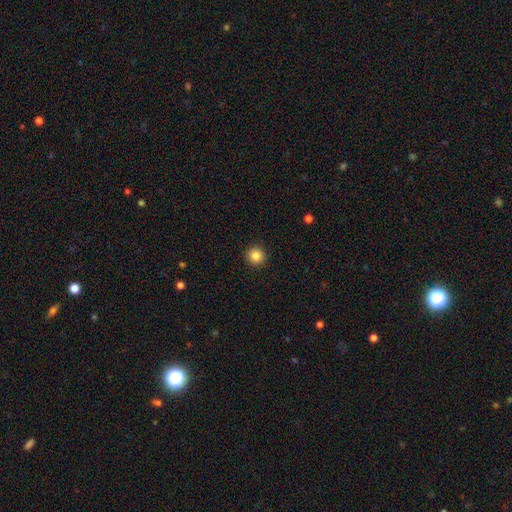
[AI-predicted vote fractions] Overall: smooth (85%). How rounded: round (92%). Merging: none (93%).